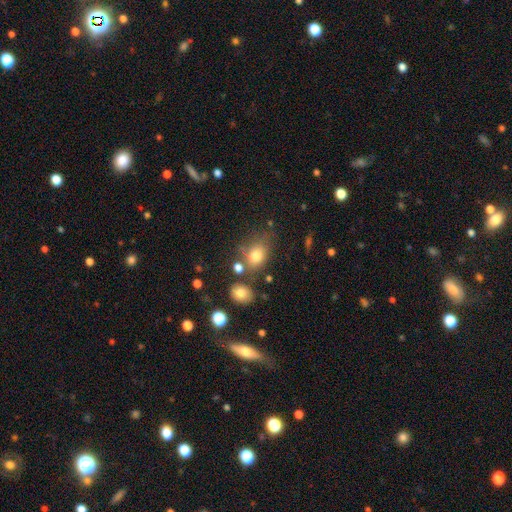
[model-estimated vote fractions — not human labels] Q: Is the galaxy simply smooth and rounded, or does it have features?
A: smooth — 76%.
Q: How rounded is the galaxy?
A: in between — 61%.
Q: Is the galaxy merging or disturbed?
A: none — 59%.